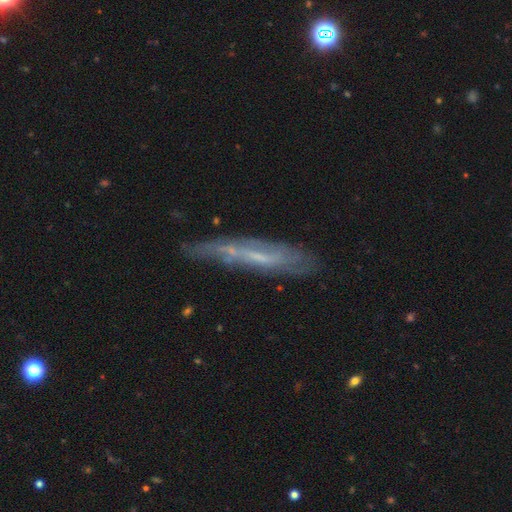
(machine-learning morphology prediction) smooth-or-featured: featured or disk: 65% | smooth: 27% | star or artifact: 9%
  disk-edge-on: yes: 61% | no: 39%
  merging: none: 66% | minor disturbance: 23% | major disturbance: 8% | merger: 3%